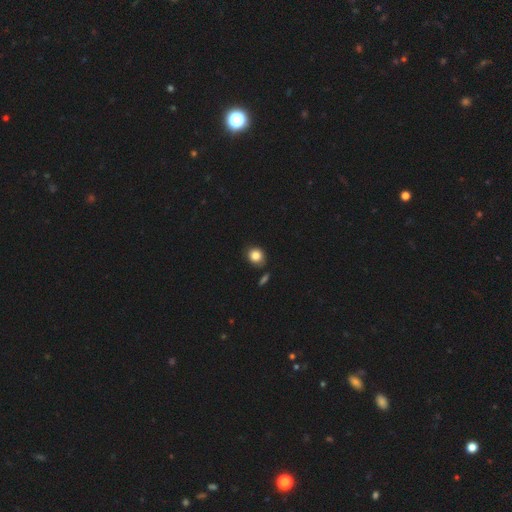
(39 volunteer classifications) Smooth or featured?
  - smooth: 85% *
  - star or artifact: 10%
  - featured or disk: 5%
How rounded?
  - round: 76% *
  - in between: 24%
  - cigar-shaped: 0%
Merging?
  - none: 74% *
  - minor disturbance: 23%
  - merger: 3%
  - major disturbance: 0%